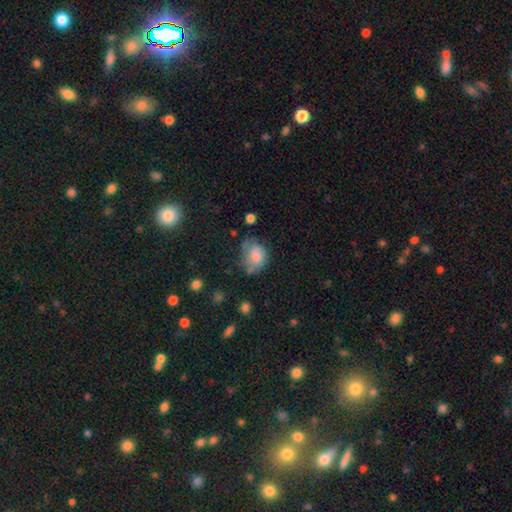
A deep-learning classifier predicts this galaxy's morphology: Smooth or featured?
  - smooth: 74% *
  - featured or disk: 17%
  - star or artifact: 9%
How rounded?
  - in between: 55% *
  - round: 44%
  - cigar-shaped: 1%
Merging?
  - none: 39% *
  - minor disturbance: 35%
  - major disturbance: 20%
  - merger: 6%